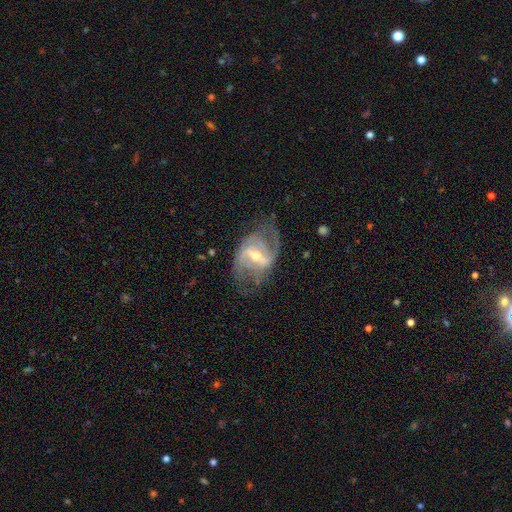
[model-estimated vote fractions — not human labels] Smooth or featured: featured or disk — 88% (smooth — 6%)
Edge-on disk: no — 96% (yes — 4%)
Bar: strong — 55% (weak — 36%)
Spiral arms: yes — 94% (no — 6%)
Spiral winding: medium — 47% (loose — 35%)
Spiral arm count: 2 — 77% (can't tell — 9%)
Bulge size: small — 50% (moderate — 46%)
Merging: none — 64% (minor disturbance — 20%)